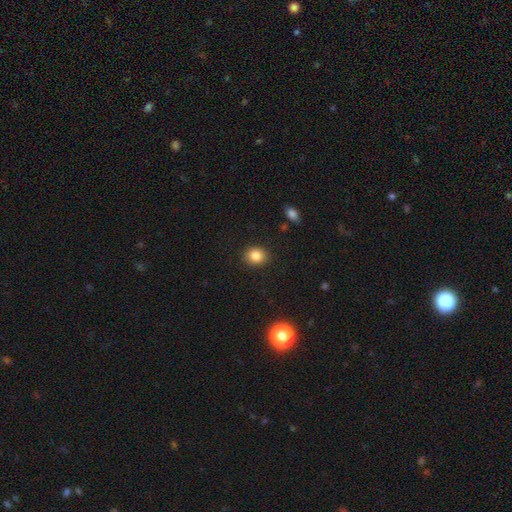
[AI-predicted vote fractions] A smooth galaxy with no disk features (85%) that is round (69%). Merging: none (89%).